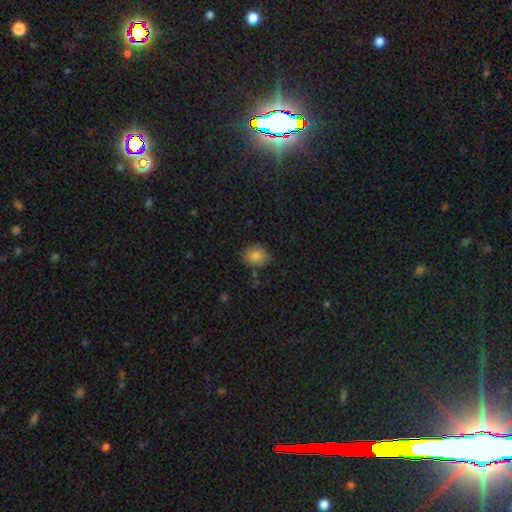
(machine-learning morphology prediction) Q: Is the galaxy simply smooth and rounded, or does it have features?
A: smooth — 82%.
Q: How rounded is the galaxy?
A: round — 53%.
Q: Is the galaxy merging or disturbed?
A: none — 78%.